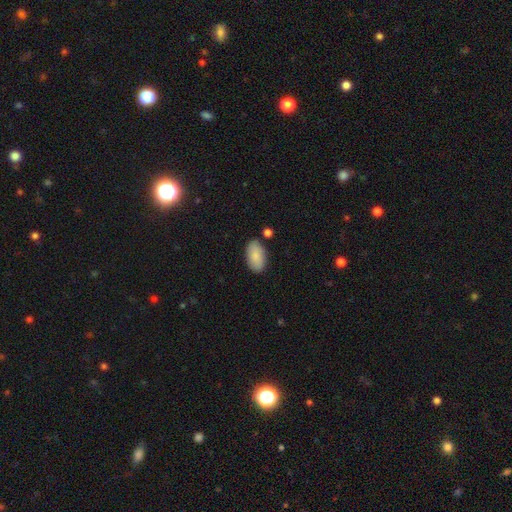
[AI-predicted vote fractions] Overall: smooth (86%). How rounded: in between (94%). Merging: none (81%).